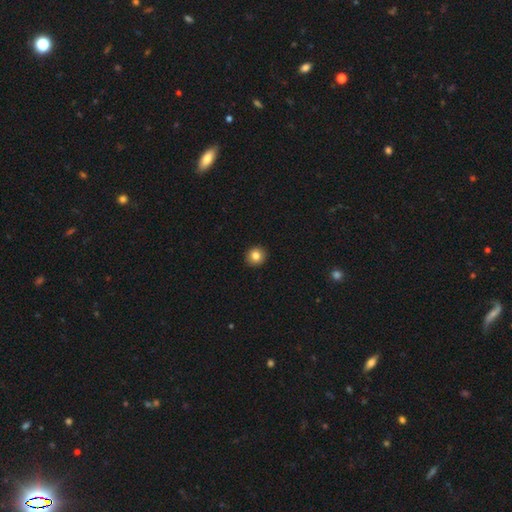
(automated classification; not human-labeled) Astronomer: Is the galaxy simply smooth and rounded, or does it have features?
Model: smooth — 83%.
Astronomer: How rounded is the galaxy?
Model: round — 92%.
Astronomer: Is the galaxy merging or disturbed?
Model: none — 93%.